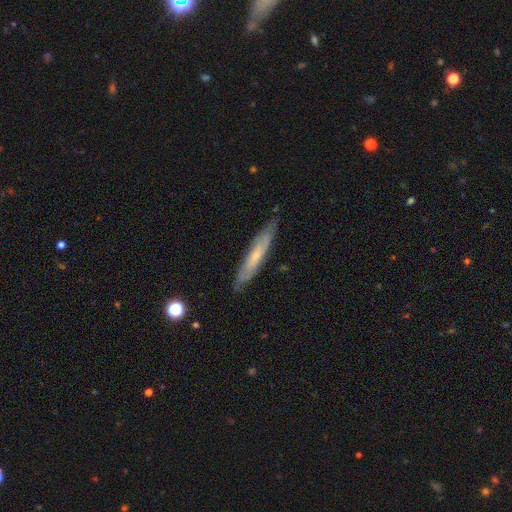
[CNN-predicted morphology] smooth_or_featured: featured or disk (p=0.57) [alt: smooth p=0.37]
disk_edge_on: yes (p=0.60) [alt: no p=0.40]
merging: none (p=0.82) [alt: minor disturbance p=0.14]